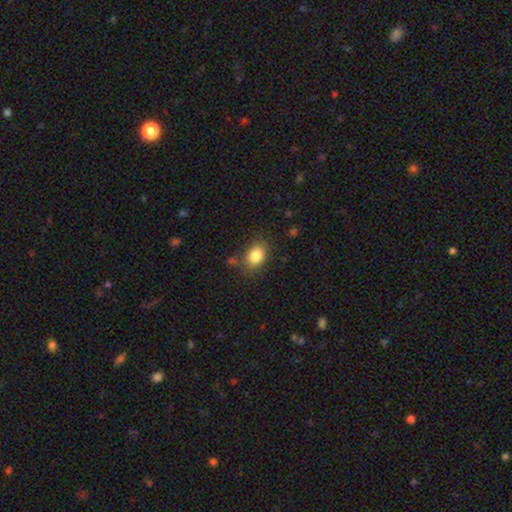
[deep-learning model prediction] Overall: smooth (84%). How rounded: in between (69%; round 30%). Merging: none (78%).